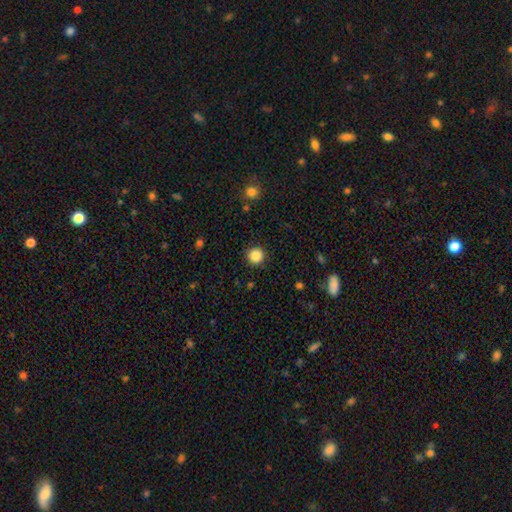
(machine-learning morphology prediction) smooth 86%, star or artifact 11%, featured or disk 3%. Down the decision tree: how rounded — round (95%); merging — none (91%).